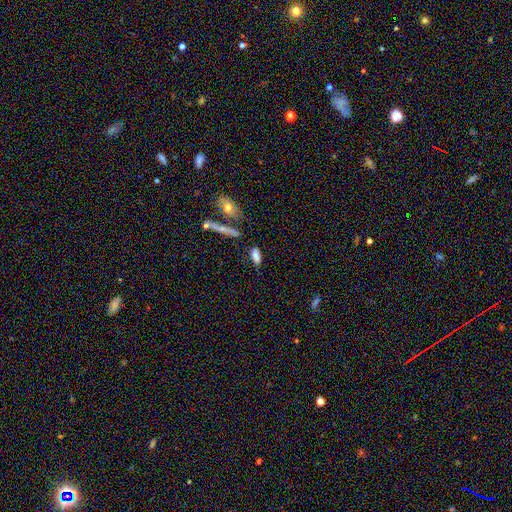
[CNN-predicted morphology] Smooth or featured?
  - smooth: 75% *
  - featured or disk: 16%
  - star or artifact: 8%
How rounded?
  - in between: 77% *
  - cigar-shaped: 20%
  - round: 4%
Merging?
  - none: 72% *
  - minor disturbance: 17%
  - merger: 7%
  - major disturbance: 5%